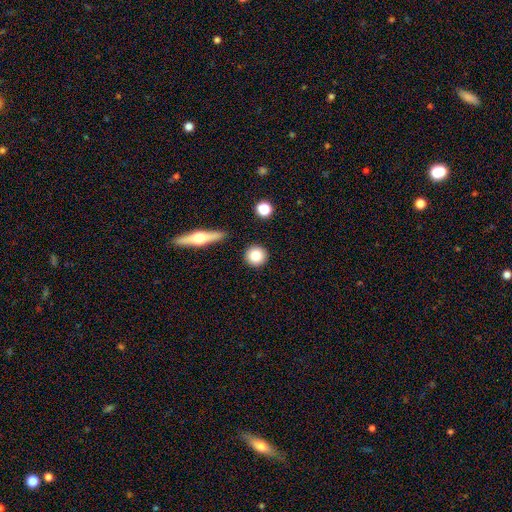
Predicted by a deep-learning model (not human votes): A smooth galaxy with no disk features (81%) that is round (93%). Merging: none (89%).